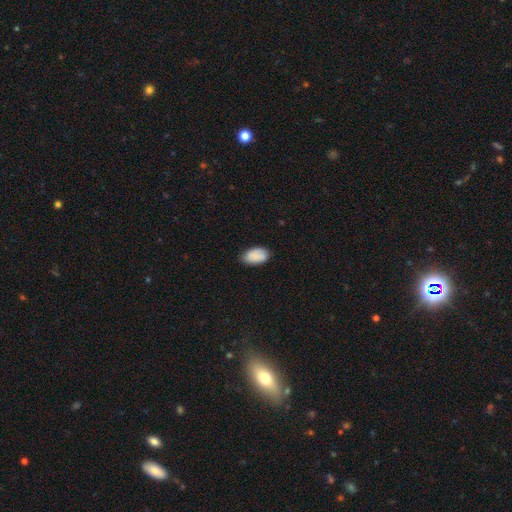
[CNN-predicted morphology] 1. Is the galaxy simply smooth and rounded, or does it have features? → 89% smooth, 7% star or artifact, 4% featured or disk.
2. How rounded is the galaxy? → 94% in between, 4% round, 1% cigar-shaped.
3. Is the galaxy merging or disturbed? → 79% none, 17% minor disturbance, 3% major disturbance, 1% merger.